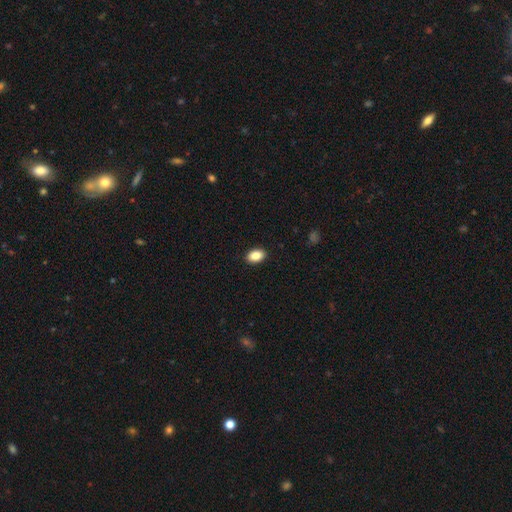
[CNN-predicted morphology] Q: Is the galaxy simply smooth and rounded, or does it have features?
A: smooth — 87%.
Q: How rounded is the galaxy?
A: in between — 88%.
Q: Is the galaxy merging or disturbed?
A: none — 91%.